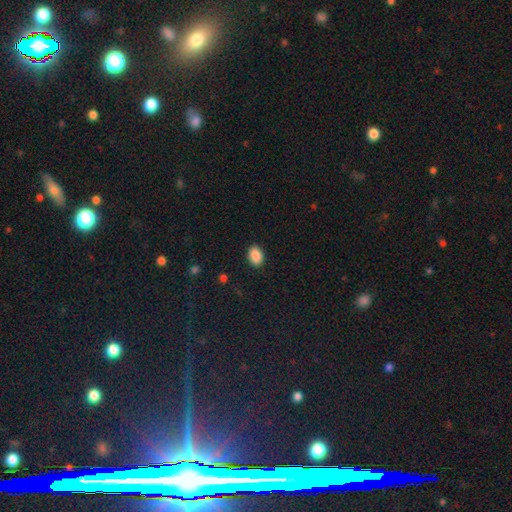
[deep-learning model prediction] Overall: smooth (89%). How rounded: in between (84%). Merging: none (89%).